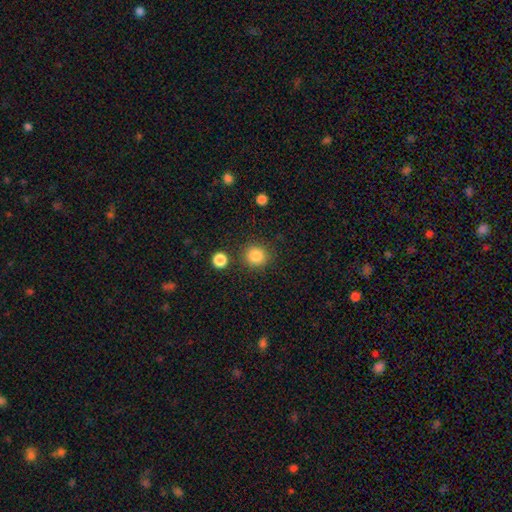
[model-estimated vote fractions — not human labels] This appears to be a smooth galaxy with no disk features (86%) that is round (91%). Merging: none (86%).